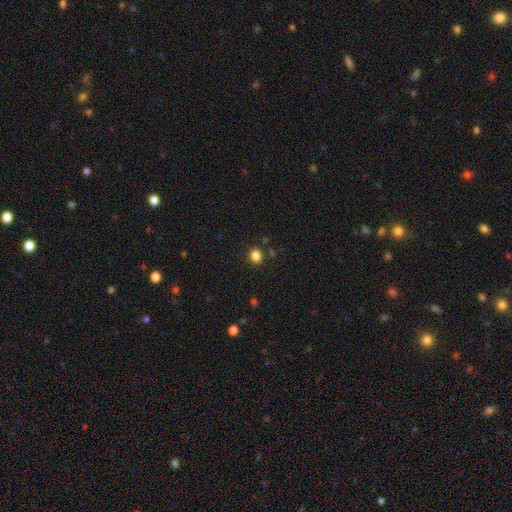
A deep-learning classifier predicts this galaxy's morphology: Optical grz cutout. It shows a smooth galaxy with no disk features (84%) that is round (63%). Merging: none (87%).